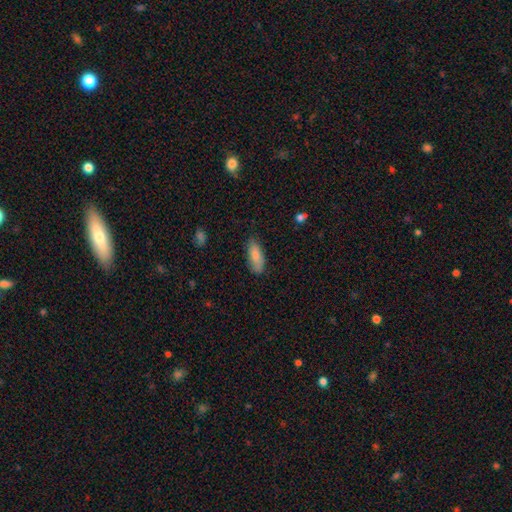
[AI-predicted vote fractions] Smooth or featured? smooth (83%)
How rounded? in between (73%)
Merging? none (78%)